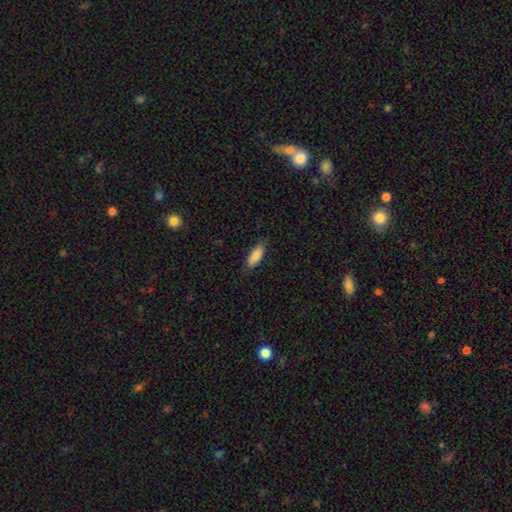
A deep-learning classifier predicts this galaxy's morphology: A smooth galaxy with no disk features (87%) that is in between round and cigar-shaped (70%). Merging: none (81%).